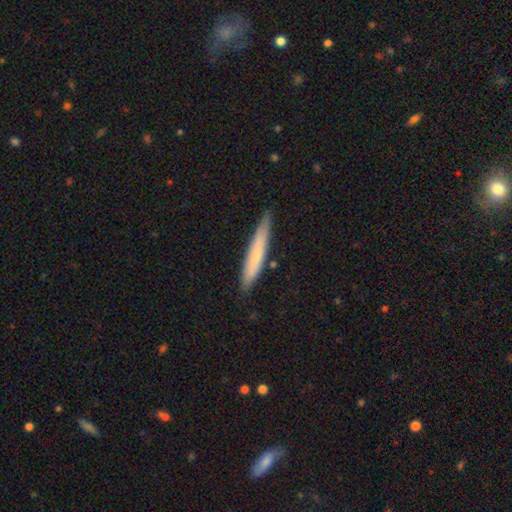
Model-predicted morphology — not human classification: Smooth or featured? smooth (66%)
How rounded? cigar-shaped (94%)
Merging? none (84%)